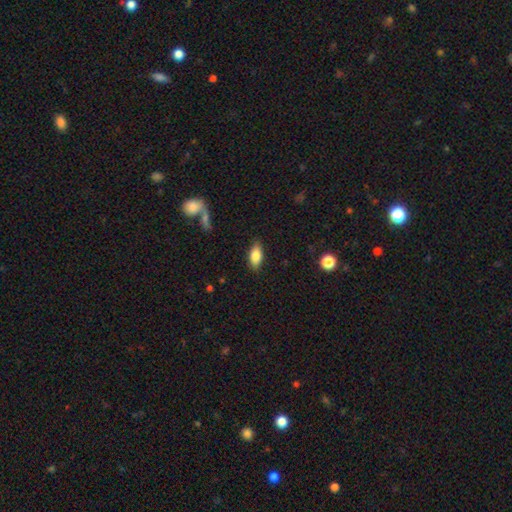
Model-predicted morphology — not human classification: smooth_or_featured: smooth (p=0.81) [alt: featured or disk p=0.12]
how_rounded: in between (p=0.86) [alt: cigar-shaped p=0.10]
merging: none (p=0.86) [alt: minor disturbance p=0.10]